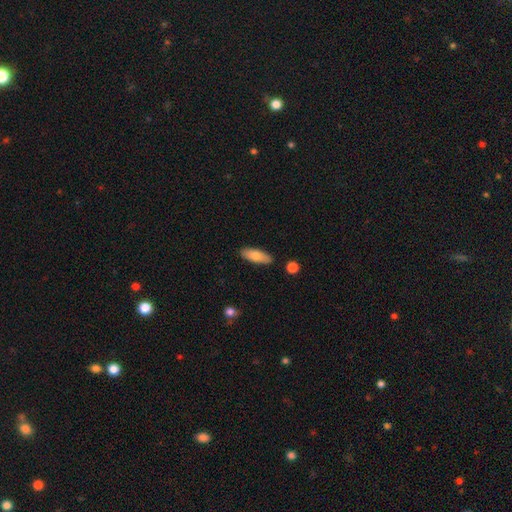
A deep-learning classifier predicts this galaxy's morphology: The model was most divided on "how rounded": in between: 63%, cigar-shaped: 35%, round: 2%. More confident: merging — none (87%); smooth or featured — smooth (80%).